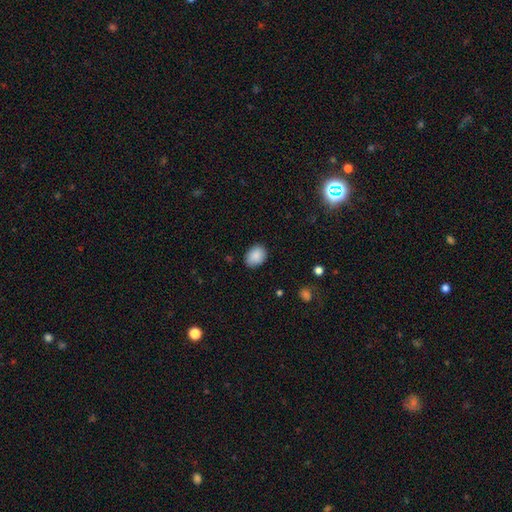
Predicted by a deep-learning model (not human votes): This is clearly a smooth galaxy (88%). How rounded: likely in between (74%). Merging: clearly none (83%).